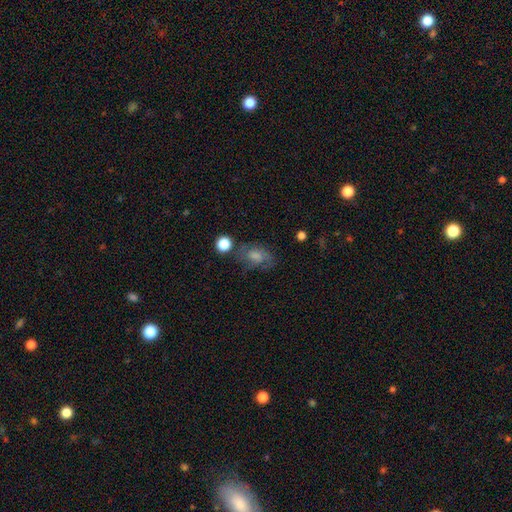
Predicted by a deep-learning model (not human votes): The model was most divided on "smooth or featured": featured or disk: 44%, smooth: 37%, star or artifact: 19%. More confident: merging — none (62%).